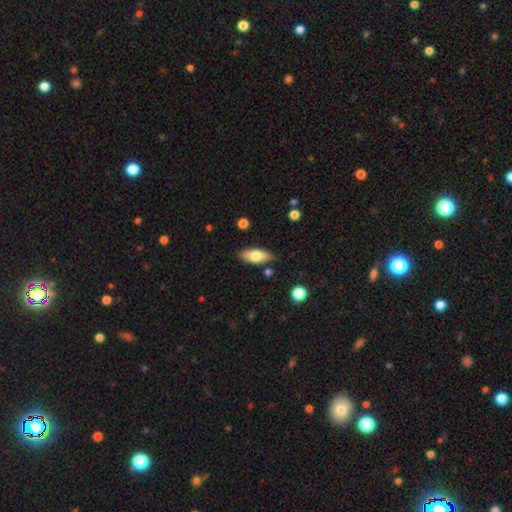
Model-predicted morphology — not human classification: smooth_or_featured: smooth (p=0.73) [alt: featured or disk p=0.20]
how_rounded: in between (p=0.81) [alt: cigar-shaped p=0.16]
merging: none (p=0.84) [alt: minor disturbance p=0.11]